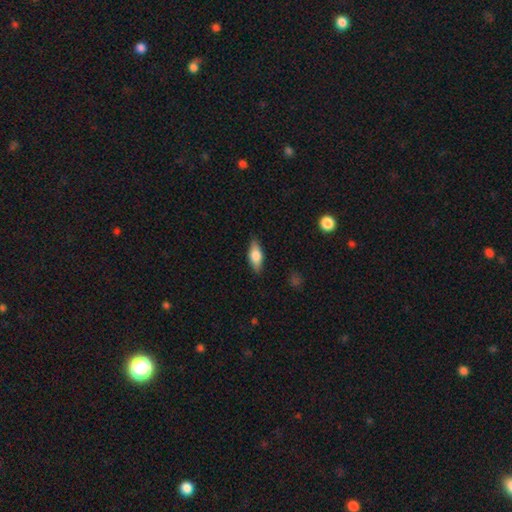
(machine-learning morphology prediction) smooth 64%, featured or disk 29%, star or artifact 7%. Down the decision tree: how rounded — in between (75%); merging — none (85%).